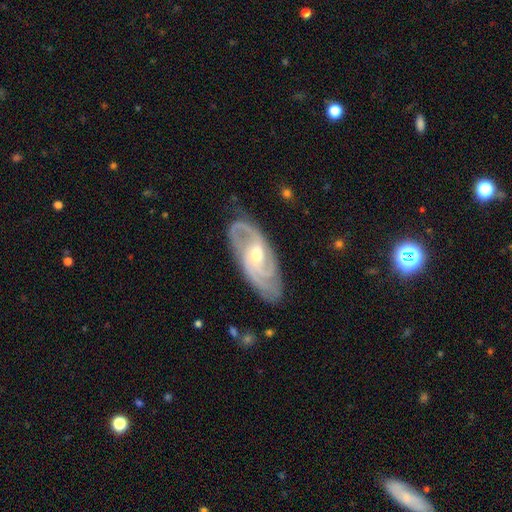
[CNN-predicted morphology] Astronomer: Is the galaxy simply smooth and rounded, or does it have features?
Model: featured or disk — 91%.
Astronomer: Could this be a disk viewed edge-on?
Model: no — 95%.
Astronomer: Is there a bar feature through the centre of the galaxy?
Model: no — 47% (runner-up: weak, 41%).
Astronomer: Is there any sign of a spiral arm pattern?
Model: yes — 98%.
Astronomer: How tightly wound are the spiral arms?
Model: tight — 48% (runner-up: medium, 43%).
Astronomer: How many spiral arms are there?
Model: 3 — 40% (runner-up: 2, 32%).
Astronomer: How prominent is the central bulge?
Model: moderate — 55% (runner-up: small, 41%).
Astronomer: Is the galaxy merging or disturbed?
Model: none — 79%.